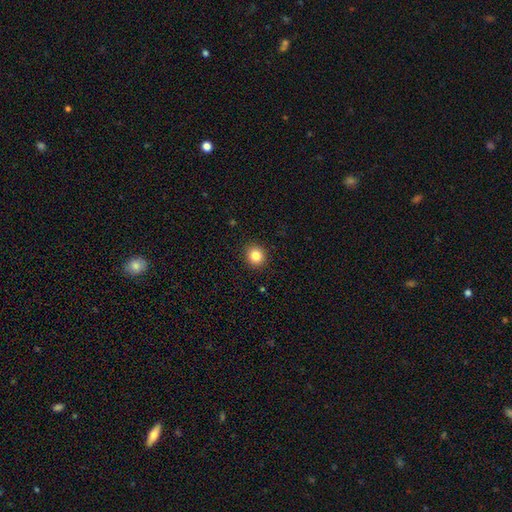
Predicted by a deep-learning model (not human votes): Smooth or featured? smooth (84%)
How rounded? round (87%)
Merging? none (92%)